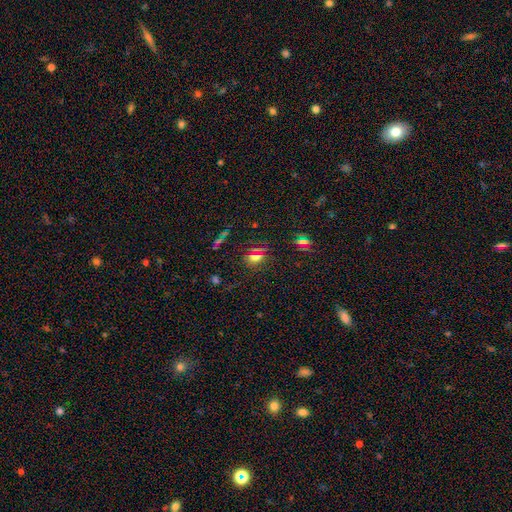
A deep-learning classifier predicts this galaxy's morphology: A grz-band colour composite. It shows a smooth galaxy with no disk features (48%). Merging: none (77%).